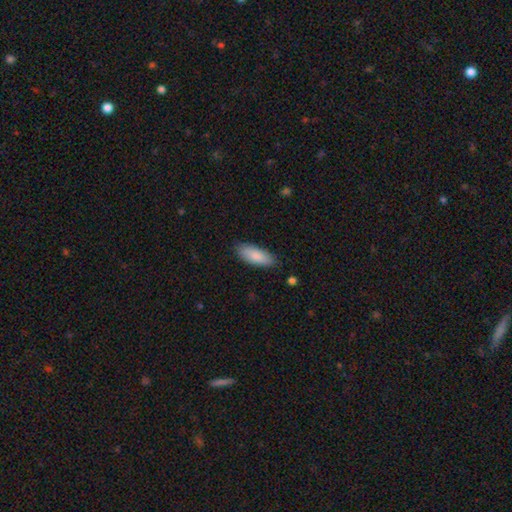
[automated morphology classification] Smooth or featured: smooth — 87% (featured or disk — 7%)
How rounded: in between — 77% (cigar-shaped — 22%)
Merging: none — 84% (minor disturbance — 12%)